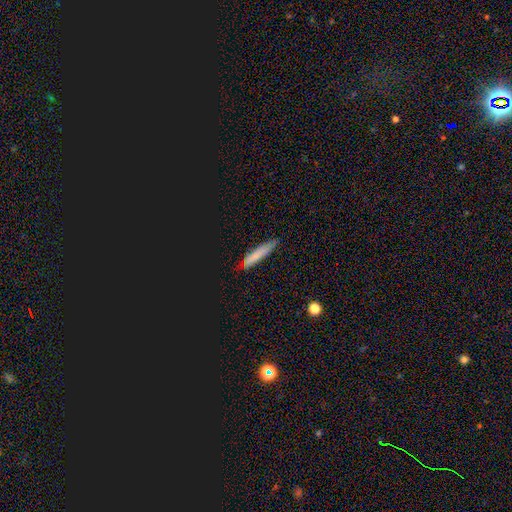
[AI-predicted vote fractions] Smooth or featured? Predicted: smooth (p=0.67). How rounded? Predicted: cigar-shaped (p=0.88). Merging? Predicted: none (p=0.80).